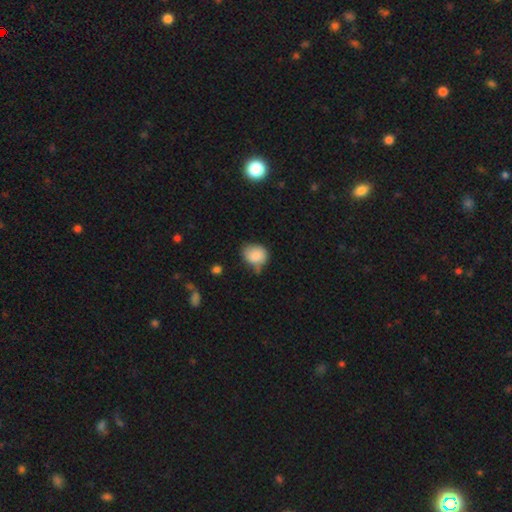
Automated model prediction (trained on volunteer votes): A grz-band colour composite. It shows a smooth galaxy with no disk features (83%) that is round (62%). Merging: none (47%).